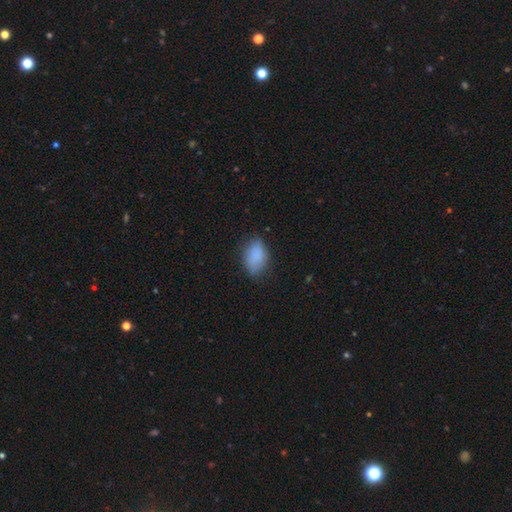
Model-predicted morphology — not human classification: type=smooth (86%); roundness=in between (87%); merging=none (72%).